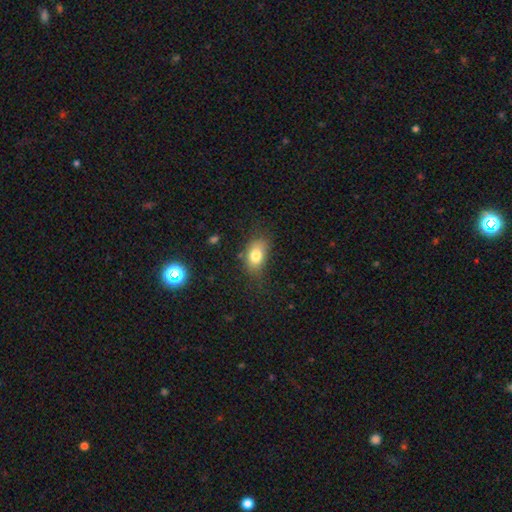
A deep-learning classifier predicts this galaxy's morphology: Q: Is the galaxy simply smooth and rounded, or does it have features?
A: smooth — 78%.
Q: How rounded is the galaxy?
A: in between — 82%.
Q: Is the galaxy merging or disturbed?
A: none — 67%.